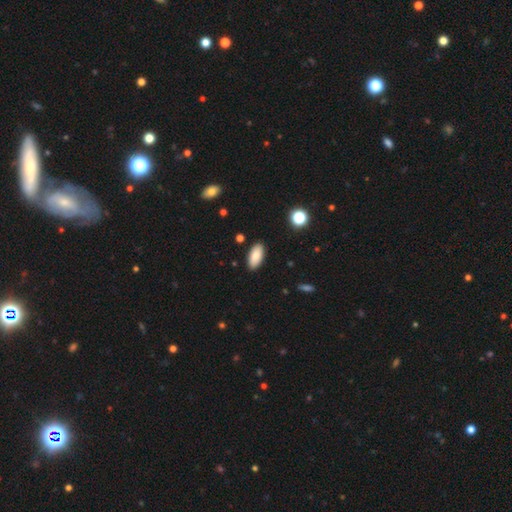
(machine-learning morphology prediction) This appears to be a smooth galaxy with no disk features (84%) that is in between round and cigar-shaped (90%). Merging: none (88%).